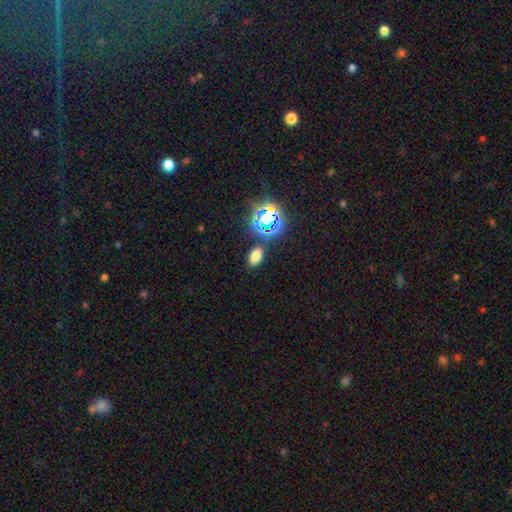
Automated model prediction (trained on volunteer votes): This is likely a smooth galaxy (68%). How rounded: clearly in between (89%). Merging: clearly none (84%).